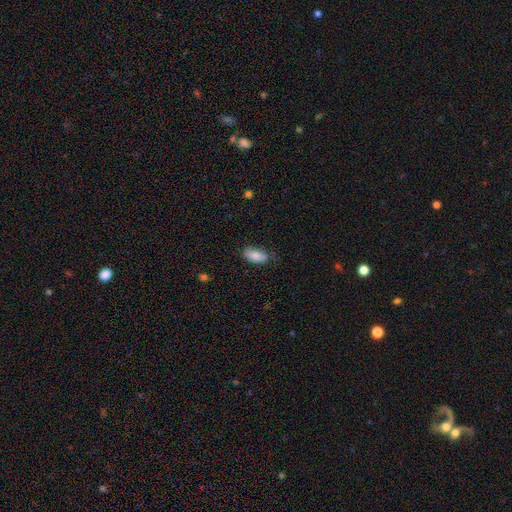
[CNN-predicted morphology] A smooth galaxy with no disk features (80%) that is in between round and cigar-shaped (92%). Merging: none (69%).